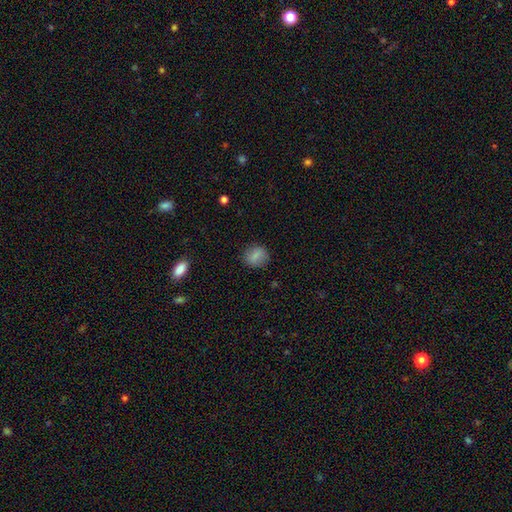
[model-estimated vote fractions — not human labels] smooth 81%, featured or disk 10%, star or artifact 9%. Down the decision tree: how rounded — round (72%); merging — none (85%).